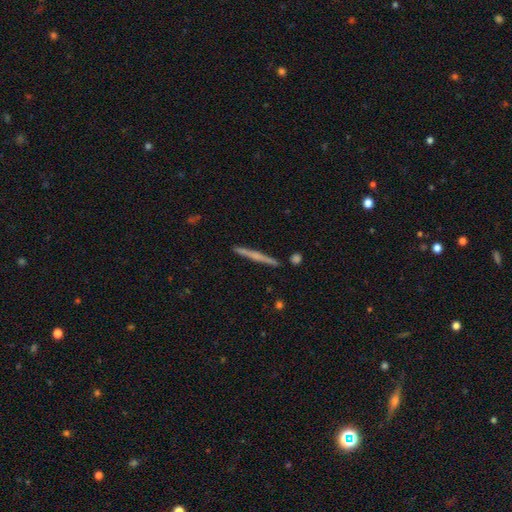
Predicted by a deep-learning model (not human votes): Smooth or featured: featured or disk — 59% (smooth — 35%)
Edge-on disk: yes — 98% (no — 2%)
Edge-on bulge: none — 52% (rounded — 39%)
Merging: none — 90% (minor disturbance — 7%)